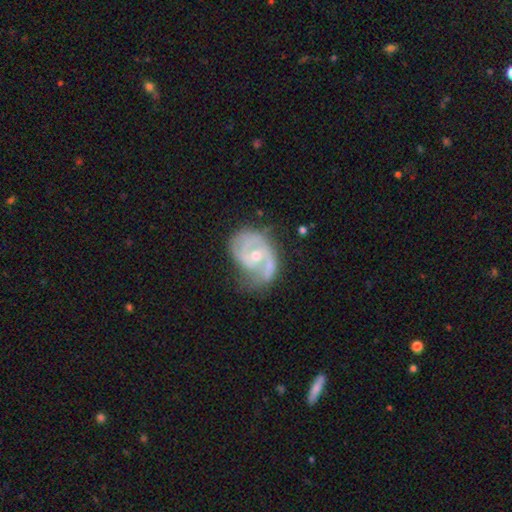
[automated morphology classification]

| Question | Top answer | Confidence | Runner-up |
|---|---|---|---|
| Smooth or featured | featured or disk | 81% | smooth (14%) |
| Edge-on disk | no | 97% | yes (3%) |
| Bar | no | 59% | weak (34%) |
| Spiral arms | yes | 89% | no (11%) |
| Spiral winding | medium | 42% | tight (41%) |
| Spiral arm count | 2 | 57% | can't tell (18%) |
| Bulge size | moderate | 55% | small (41%) |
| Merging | none | 47% | minor disturbance (30%) |